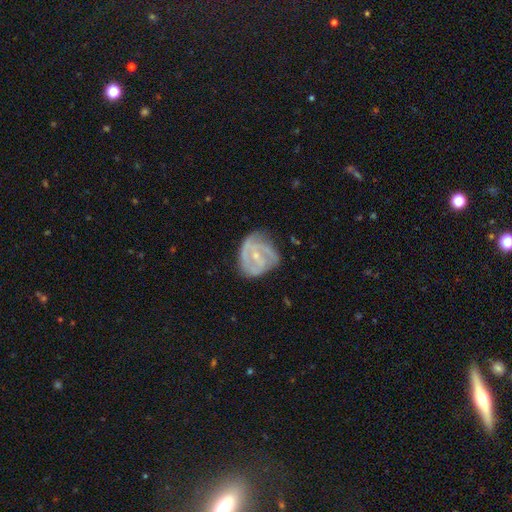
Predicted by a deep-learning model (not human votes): Q: Smooth or featured?
A: featured or disk (79%); runner-up: smooth (15%)
Q: Edge-on disk?
A: no (97%); runner-up: yes (3%)
Q: Bar?
A: weak (45%); runner-up: no (35%)
Q: Spiral arms?
A: yes (86%); runner-up: no (14%)
Q: Spiral winding?
A: tight (49%); runner-up: medium (38%)
Q: Spiral arm count?
A: 2 (40%); runner-up: can't tell (24%)
Q: Bulge size?
A: small (68%); runner-up: moderate (28%)
Q: Merging?
A: none (49%); runner-up: minor disturbance (30%)